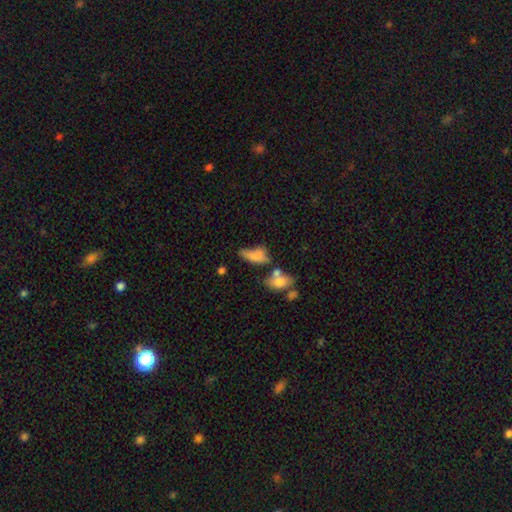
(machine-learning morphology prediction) smooth-or-featured: smooth: 70% | featured or disk: 19% | star or artifact: 11%
  how-rounded: in between: 75% | cigar-shaped: 18% | round: 6%
  merging: none: 30% | minor disturbance: 26% | merger: 24% | major disturbance: 20%